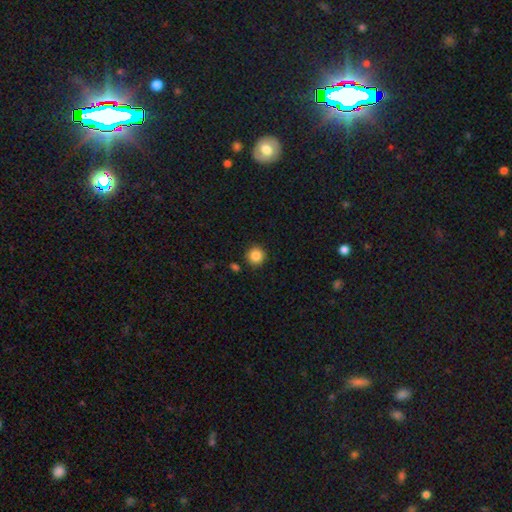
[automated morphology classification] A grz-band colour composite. It shows a smooth galaxy with no disk features (86%) that is round (94%). Merging: none (89%).